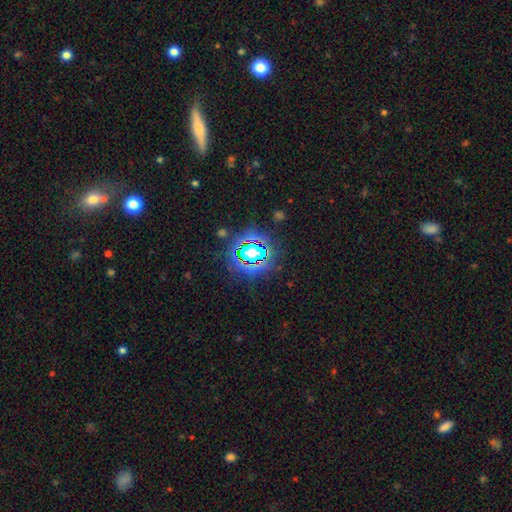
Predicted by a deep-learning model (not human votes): The model was most divided on "smooth or featured": star or artifact: 78%, smooth: 13%, featured or disk: 9%.